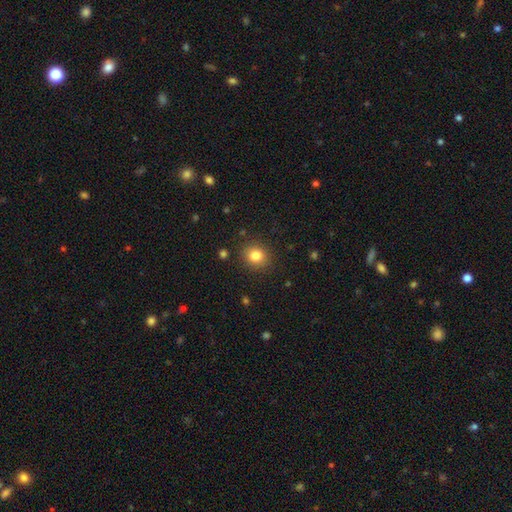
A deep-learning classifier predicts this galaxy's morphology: This appears to be a smooth galaxy with no disk features (82%) that is round (83%). Merging: none (89%).